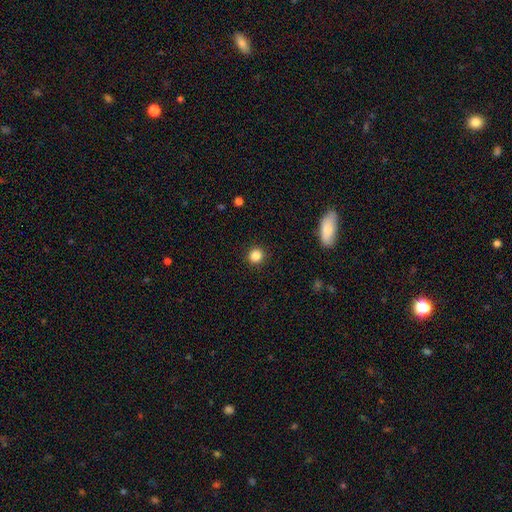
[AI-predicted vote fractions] Morphology: type=smooth (85%); roundness=round (91%); merging=none (92%).